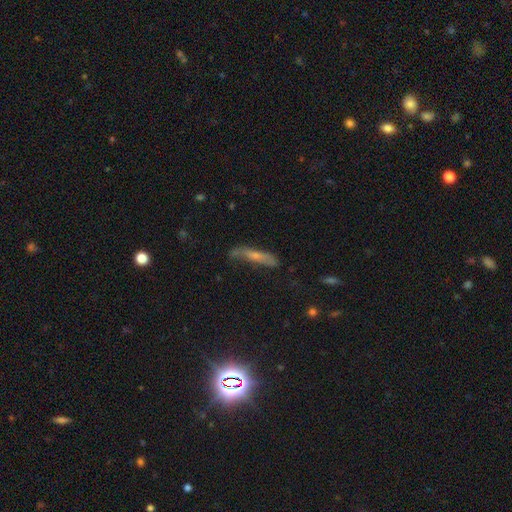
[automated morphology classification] Smooth or featured?
  - featured or disk: 44% *
  - smooth: 40%
  - star or artifact: 15%
Merging?
  - none: 61% *
  - minor disturbance: 26%
  - major disturbance: 10%
  - merger: 3%